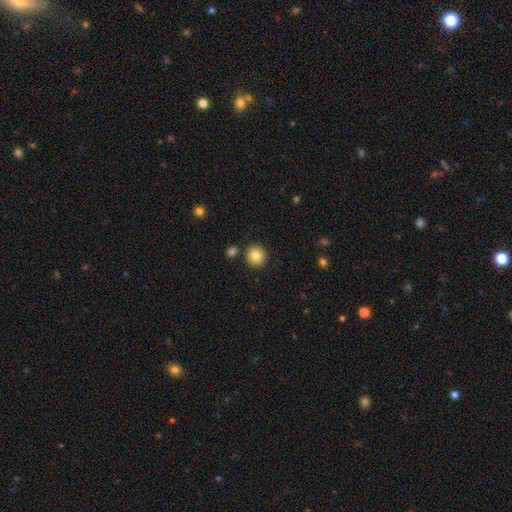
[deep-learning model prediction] Morphology: type=smooth (83%); roundness=round (90%); merging=none (89%).